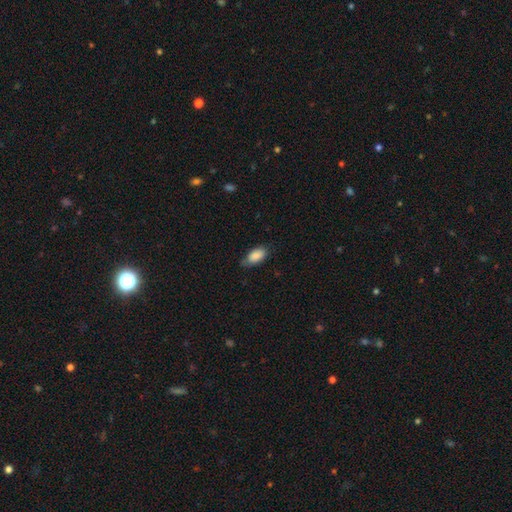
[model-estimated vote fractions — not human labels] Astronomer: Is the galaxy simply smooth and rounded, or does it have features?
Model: smooth — 87%.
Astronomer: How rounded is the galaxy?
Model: in between — 93%.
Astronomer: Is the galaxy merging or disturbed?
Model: none — 66%.